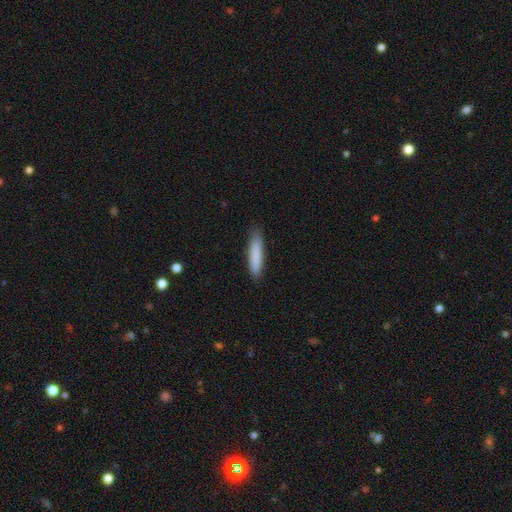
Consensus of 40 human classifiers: A smooth galaxy with no disk features (85%) that is cigar-shaped (68%).

Vote fractions:
- Smooth or featured? smooth: 85% / featured or disk: 8% / star or artifact: 8%
- How rounded? cigar-shaped: 68% / in between: 32% / round: 0%
- Merging? none: 92% / minor disturbance: 8% / major disturbance: 0% / merger: 0%